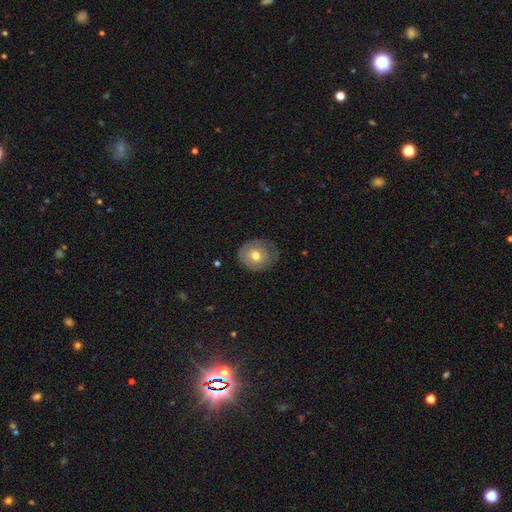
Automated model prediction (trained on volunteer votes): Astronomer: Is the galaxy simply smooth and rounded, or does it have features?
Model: smooth — 59%.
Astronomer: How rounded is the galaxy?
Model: round — 72%.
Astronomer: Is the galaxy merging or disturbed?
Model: none — 61%.